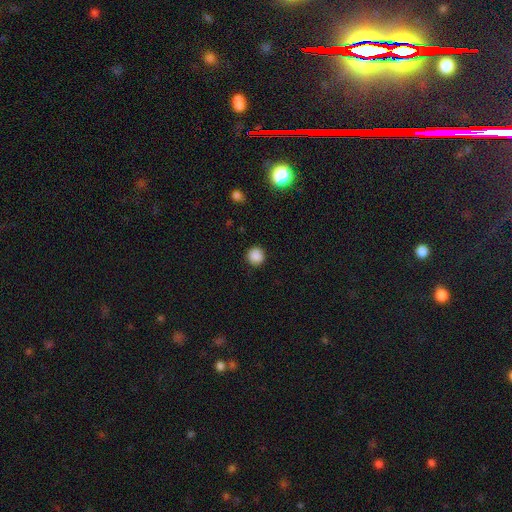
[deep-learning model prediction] This appears to be a smooth galaxy with no disk features (87%) that is round (94%). Merging: none (91%).